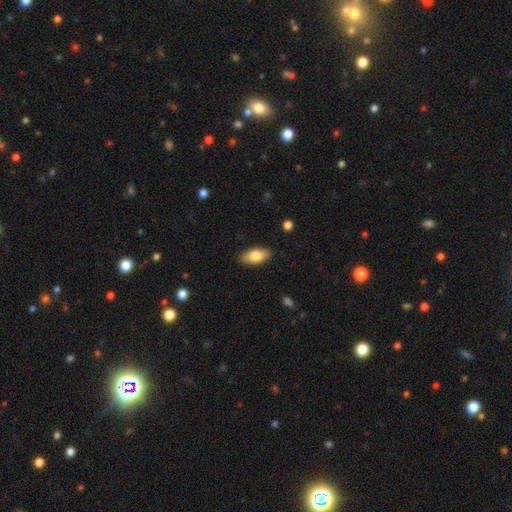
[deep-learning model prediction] Smooth or featured?
  - smooth: 82% *
  - featured or disk: 12%
  - star or artifact: 6%
How rounded?
  - in between: 91% *
  - cigar-shaped: 6%
  - round: 3%
Merging?
  - none: 88% *
  - minor disturbance: 9%
  - major disturbance: 2%
  - merger: 1%